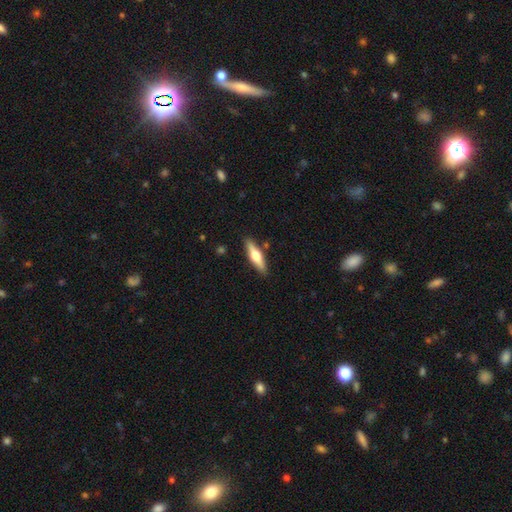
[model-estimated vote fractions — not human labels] Smooth or featured: featured or disk — 52% (smooth — 43%)
Edge-on disk: yes — 93% (no — 7%)
Merging: none — 87% (minor disturbance — 9%)